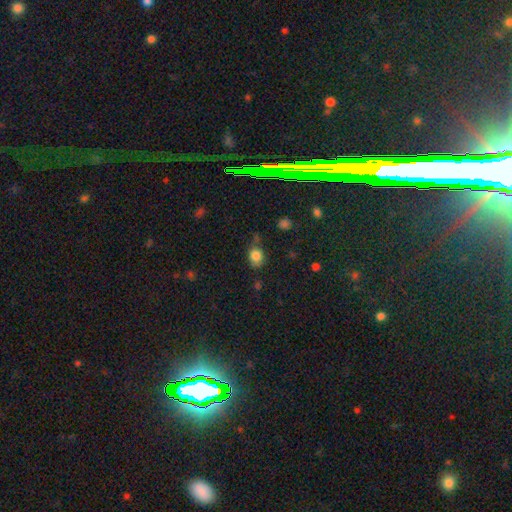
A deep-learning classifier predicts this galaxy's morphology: Smooth or featured: smooth — 82% (star or artifact — 12%)
How rounded: round — 59% (in between — 40%)
Merging: none — 64% (minor disturbance — 23%)